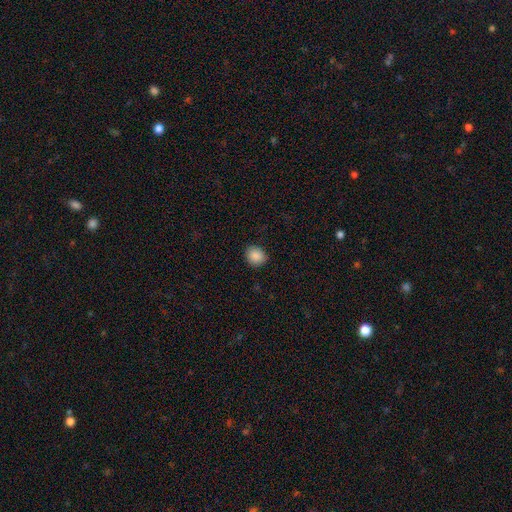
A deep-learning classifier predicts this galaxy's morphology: type=smooth (88%); roundness=round (70%); merging=none (88%).